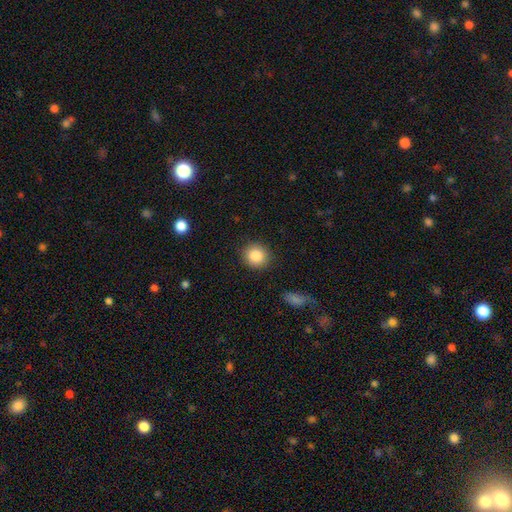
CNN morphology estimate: This appears to be a smooth galaxy with no disk features (86%) that is round (87%). Merging: none (89%).